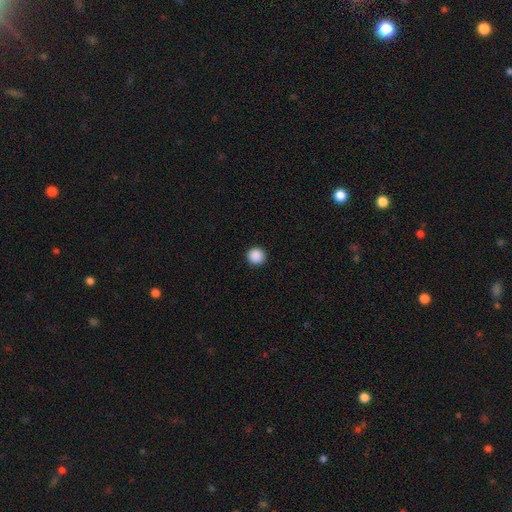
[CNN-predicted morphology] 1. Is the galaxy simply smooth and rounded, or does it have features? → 89% smooth, 9% star or artifact, 2% featured or disk.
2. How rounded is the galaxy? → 96% round, 3% in between, 1% cigar-shaped.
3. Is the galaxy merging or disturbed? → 93% none, 4% minor disturbance, 2% major disturbance, 1% merger.